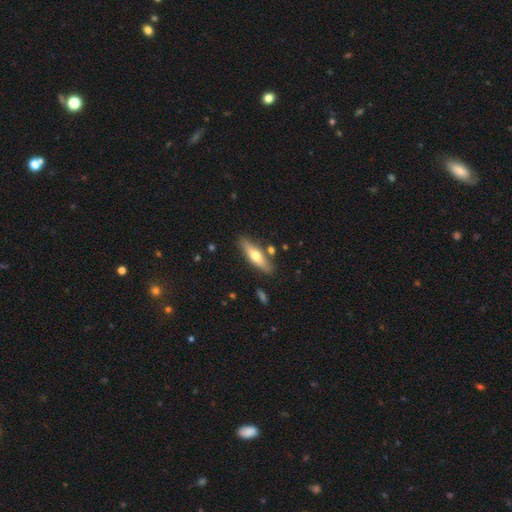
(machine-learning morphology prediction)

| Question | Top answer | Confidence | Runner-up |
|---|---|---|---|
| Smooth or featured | smooth | 50% | featured or disk (44%) |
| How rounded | cigar-shaped | 65% | in between (32%) |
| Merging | none | 82% | minor disturbance (11%) |